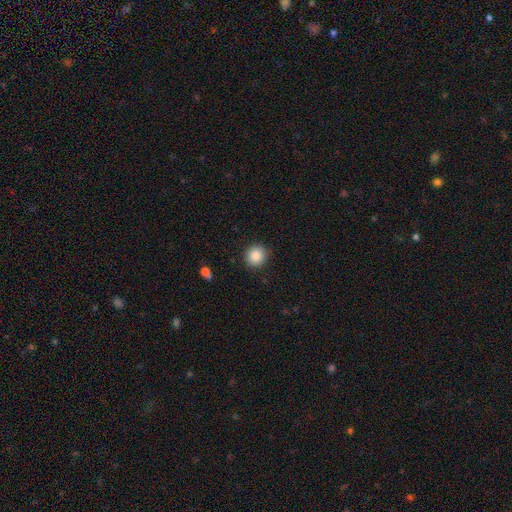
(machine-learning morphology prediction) Smooth or featured? smooth (86%)
How rounded? round (91%)
Merging? none (89%)